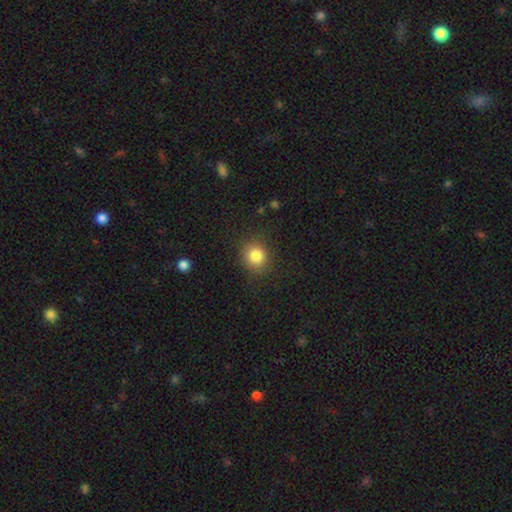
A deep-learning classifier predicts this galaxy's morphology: A smooth galaxy with no disk features (84%) that is round (84%).

Vote fractions:
- Smooth or featured? smooth: 84% / star or artifact: 11% / featured or disk: 5%
- How rounded? round: 84% / in between: 15% / cigar-shaped: 1%
- Merging? none: 85% / minor disturbance: 10% / major disturbance: 4% / merger: 1%